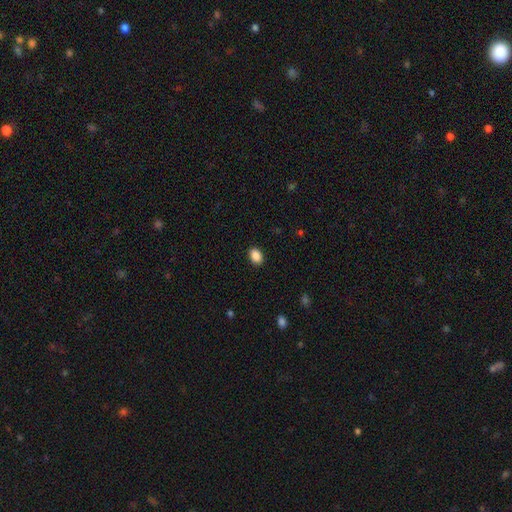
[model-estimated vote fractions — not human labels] A smooth galaxy with no disk features (89%) that is in between round and cigar-shaped (77%). Merging: none (90%).